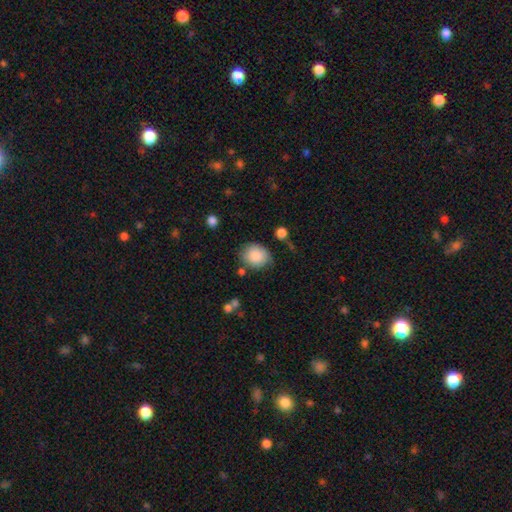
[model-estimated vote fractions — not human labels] A smooth galaxy with no disk features (86%) that is round (69%). Merging: none (74%).